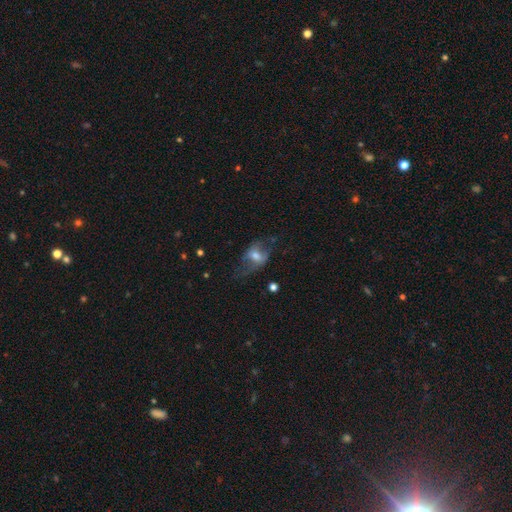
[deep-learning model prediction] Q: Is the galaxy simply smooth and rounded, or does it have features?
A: featured or disk — 52%.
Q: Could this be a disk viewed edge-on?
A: no — 90%.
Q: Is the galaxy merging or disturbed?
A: none — 45%.